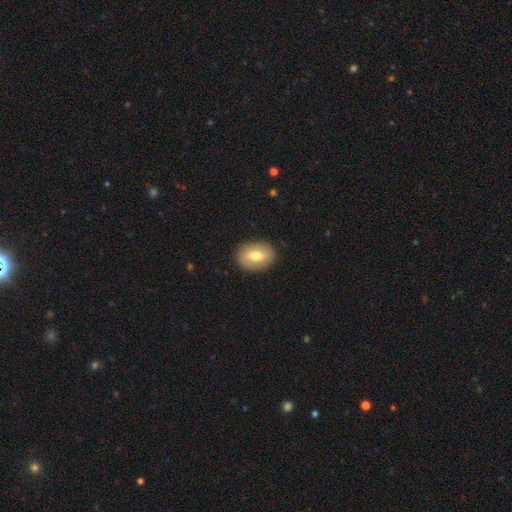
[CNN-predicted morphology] type=smooth (69%); roundness=in between (73%); merging=none (89%).